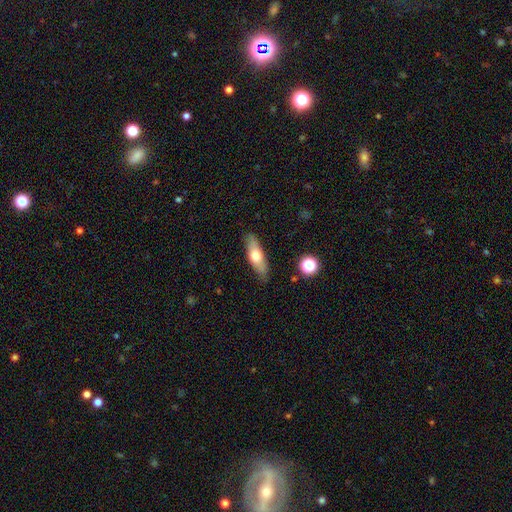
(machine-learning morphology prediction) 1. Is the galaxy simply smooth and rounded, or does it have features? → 61% smooth, 32% featured or disk, 6% star or artifact.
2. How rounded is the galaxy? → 50% in between, 47% cigar-shaped, 3% round.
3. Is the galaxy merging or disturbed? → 85% none, 12% minor disturbance, 2% major disturbance, 1% merger.